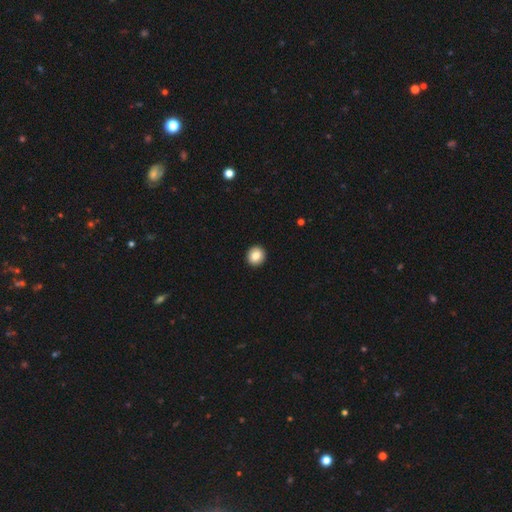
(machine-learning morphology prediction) Smooth or featured? smooth (83%)
How rounded? round (89%)
Merging? none (93%)